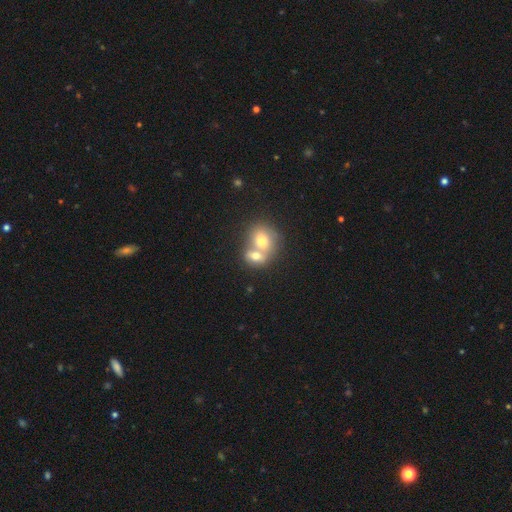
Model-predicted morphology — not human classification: Overall: smooth (71%). How rounded: round (53%; in between 46%). Merging: merger (73%).